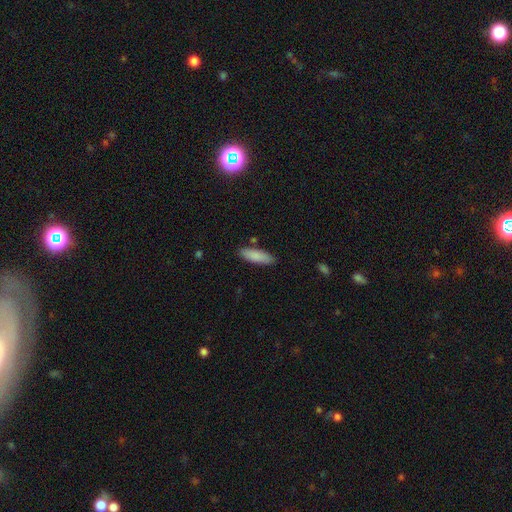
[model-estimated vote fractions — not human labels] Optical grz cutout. It shows a smooth galaxy with no disk features (87%) that is in between round and cigar-shaped (54%). Merging: none (84%).